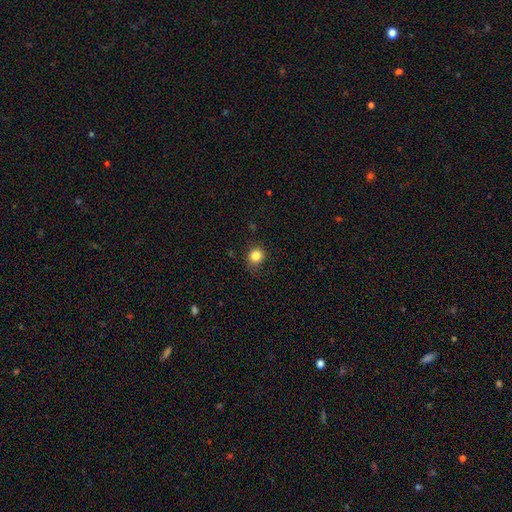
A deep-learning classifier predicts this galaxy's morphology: type=smooth (84%); roundness=round (84%); merging=none (80%).